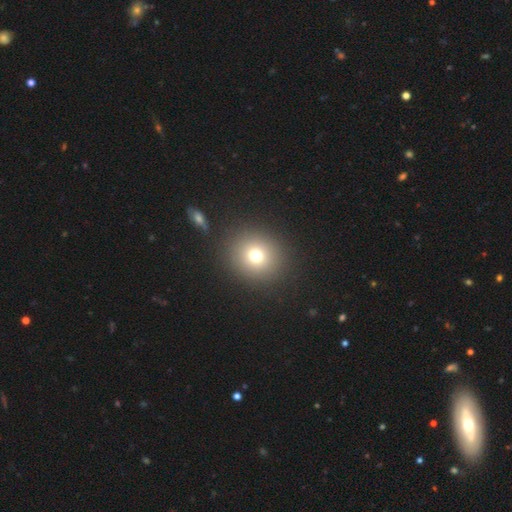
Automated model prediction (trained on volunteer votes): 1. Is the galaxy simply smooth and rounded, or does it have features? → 74% smooth, 16% star or artifact, 10% featured or disk.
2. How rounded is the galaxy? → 86% round, 13% in between, 1% cigar-shaped.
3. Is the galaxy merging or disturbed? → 89% none, 6% minor disturbance, 3% major disturbance, 2% merger.